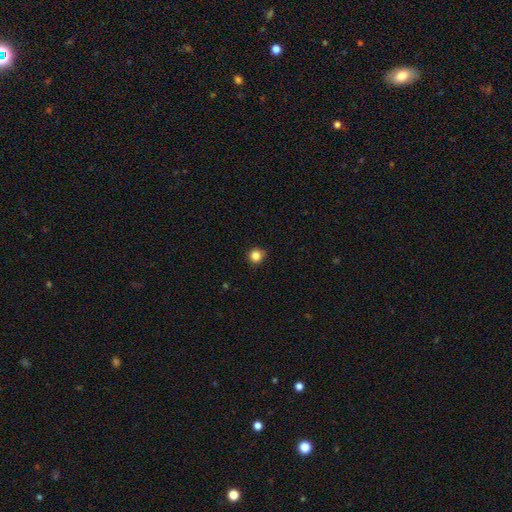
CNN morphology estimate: Overall: smooth (83%). How rounded: round (93%). Merging: none (87%).